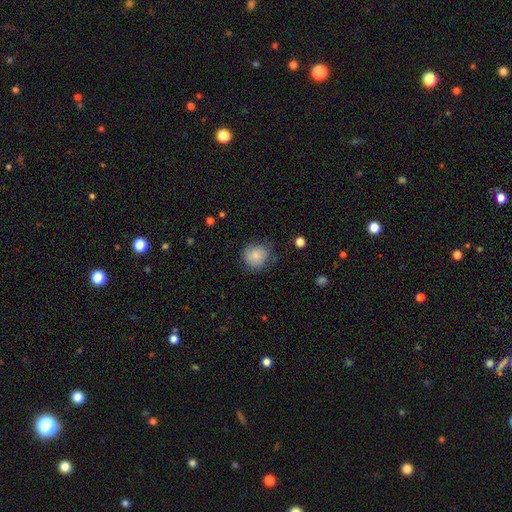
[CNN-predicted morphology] Smooth or featured?
  - smooth: 81% *
  - featured or disk: 10%
  - star or artifact: 8%
How rounded?
  - round: 85% *
  - in between: 14%
  - cigar-shaped: 1%
Merging?
  - none: 70% *
  - minor disturbance: 22%
  - major disturbance: 6%
  - merger: 1%